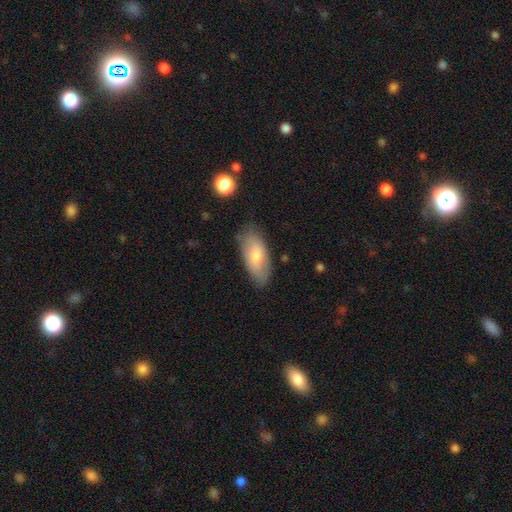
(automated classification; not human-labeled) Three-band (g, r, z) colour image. It shows a smooth galaxy with no disk features (69%) that is in between round and cigar-shaped (89%). Merging: none (77%).